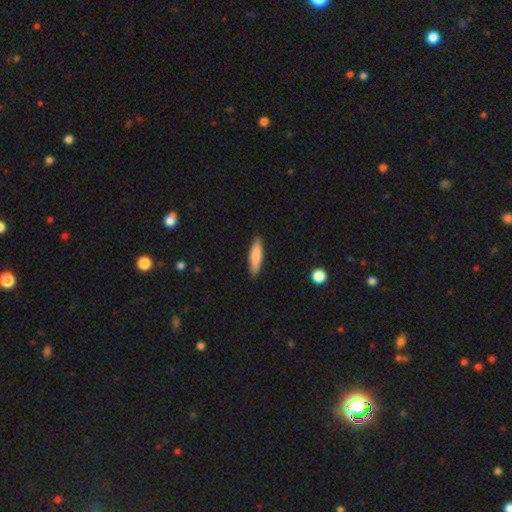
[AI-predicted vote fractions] A smooth galaxy with no disk features (80%) that is cigar-shaped (74%). Merging: none (89%).